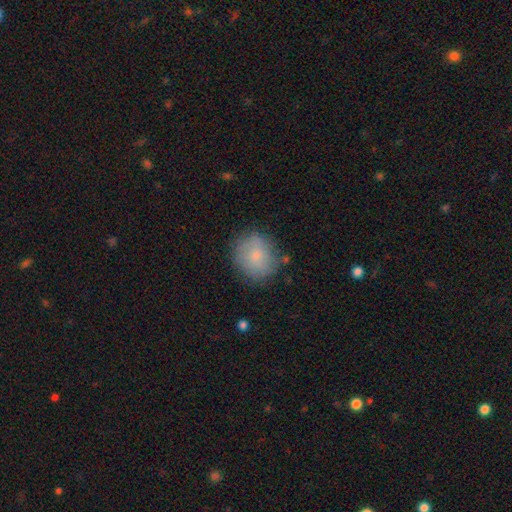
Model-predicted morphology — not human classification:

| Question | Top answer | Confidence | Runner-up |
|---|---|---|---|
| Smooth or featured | smooth | 76% | featured or disk (16%) |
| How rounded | round | 81% | in between (18%) |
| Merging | none | 76% | minor disturbance (17%) |